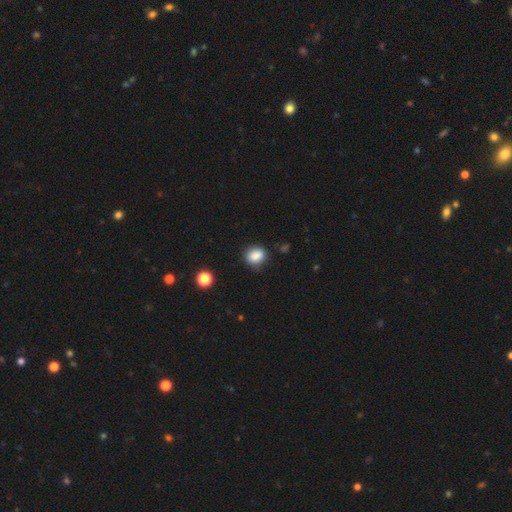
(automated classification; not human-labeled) This appears to be a smooth galaxy with no disk features (86%) that is round (49%, tied with in between). Merging: none (81%).